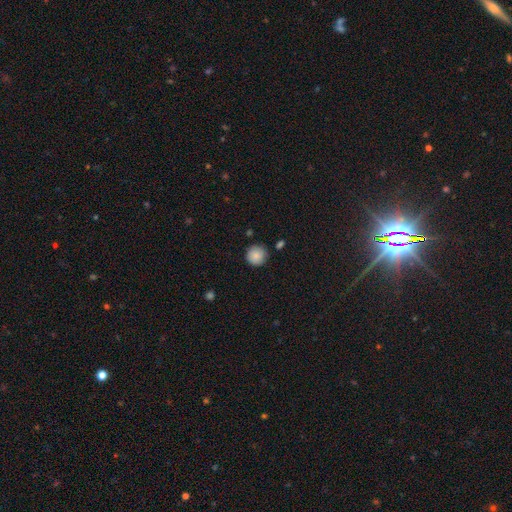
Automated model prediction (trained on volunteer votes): A smooth galaxy with no disk features (87%) that is round (95%).

Vote fractions:
- Smooth or featured? smooth: 87% / star or artifact: 8% / featured or disk: 5%
- How rounded? round: 95% / in between: 4% / cigar-shaped: 1%
- Merging? none: 85% / minor disturbance: 10% / merger: 3% / major disturbance: 2%